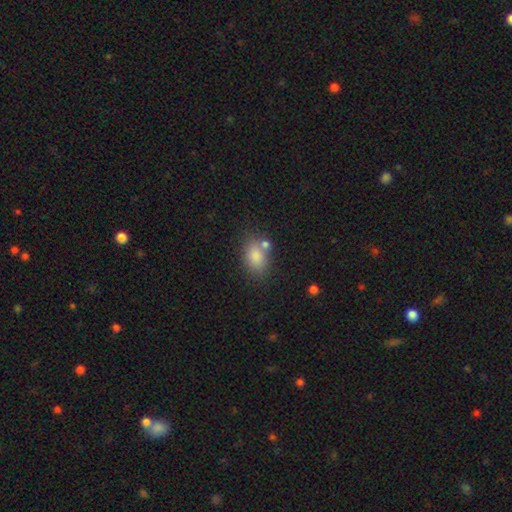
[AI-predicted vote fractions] smooth-or-featured: smooth: 82% | star or artifact: 10% | featured or disk: 8%
  how-rounded: in between: 81% | round: 17% | cigar-shaped: 2%
  merging: none: 66% | merger: 15% | minor disturbance: 15% | major disturbance: 4%